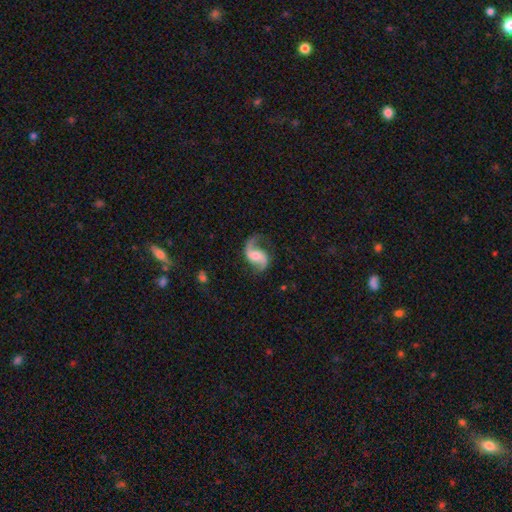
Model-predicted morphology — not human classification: Smooth or featured? Predicted: featured or disk (p=0.88). Edge-on disk? Predicted: no (p=0.98). Bar? Predicted: no (p=0.49). Spiral arms? Predicted: yes (p=0.97). Spiral winding? Predicted: loose (p=0.63). Spiral arm count? Predicted: 2 (p=0.89). Bulge size? Predicted: moderate (p=0.44). Merging? Predicted: none (p=0.70).